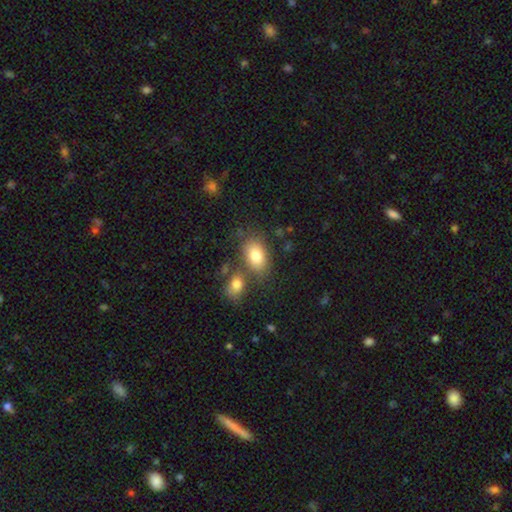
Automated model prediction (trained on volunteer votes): Q: Smooth or featured?
A: smooth (81%); runner-up: featured or disk (11%)
Q: How rounded?
A: in between (87%); runner-up: round (12%)
Q: Merging?
A: none (60%); runner-up: merger (21%)